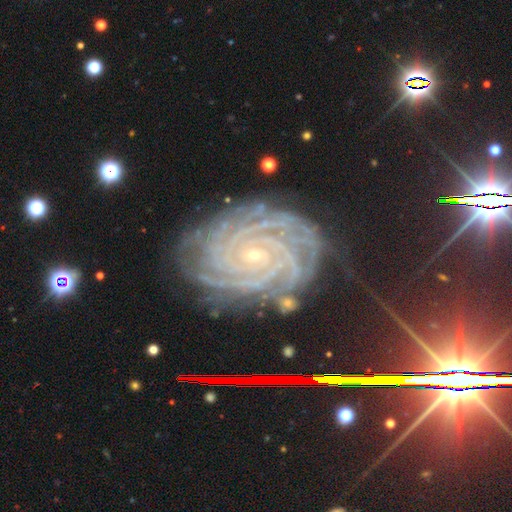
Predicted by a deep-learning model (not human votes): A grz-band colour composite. It shows a featured or disk galaxy (89%) with no bar (68%), more than 4 (27%) tight (88%) spiral arms (99%) and a small central bulge (84%). Merging: none (81%).